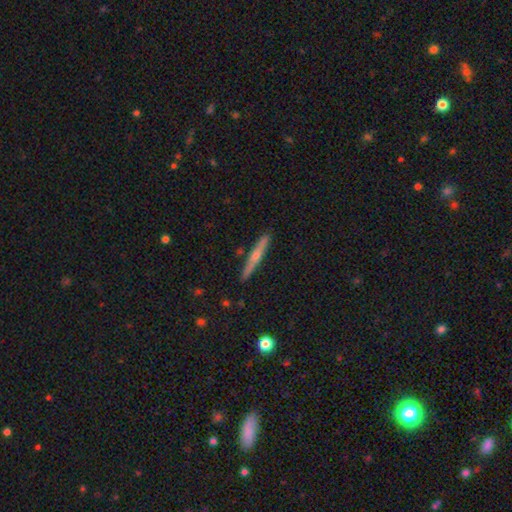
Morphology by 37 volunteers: Volunteers were most divided on "smooth or featured": featured or disk: 68%, smooth: 24%, star or artifact: 8%. More confident: edge-on disk — yes (96%); merging — none (94%); edge-on bulge — rounded (83%).